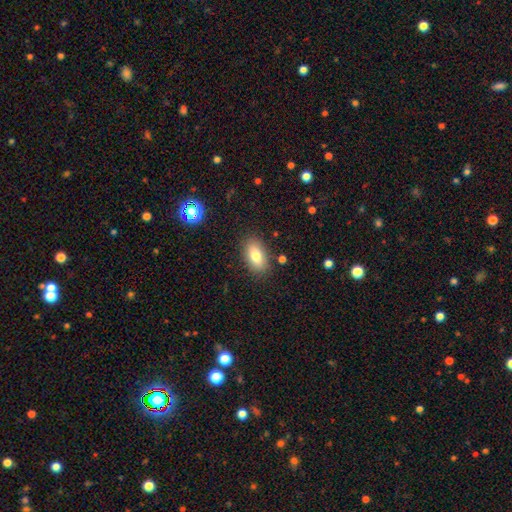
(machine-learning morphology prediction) smooth-or-featured: smooth: 80% | featured or disk: 12% | star or artifact: 8%
  how-rounded: in between: 90% | round: 6% | cigar-shaped: 4%
  merging: none: 85% | minor disturbance: 11% | major disturbance: 3% | merger: 2%